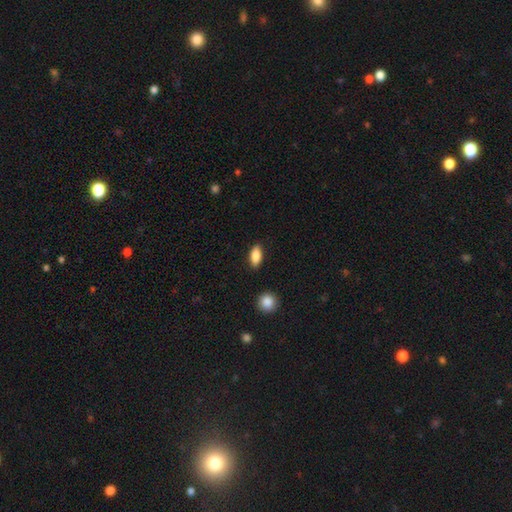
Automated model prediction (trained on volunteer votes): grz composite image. It shows a smooth galaxy with no disk features (85%) that is in between round and cigar-shaped (86%). Merging: none (87%).